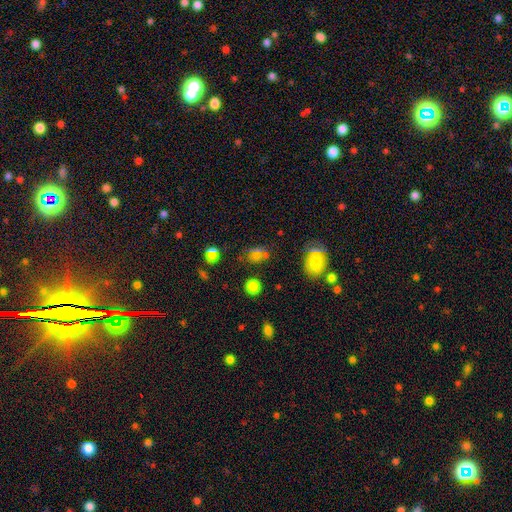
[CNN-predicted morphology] This is possibly a smooth galaxy (57%). How rounded: possibly in between (49%). Merging: likely none (64%).